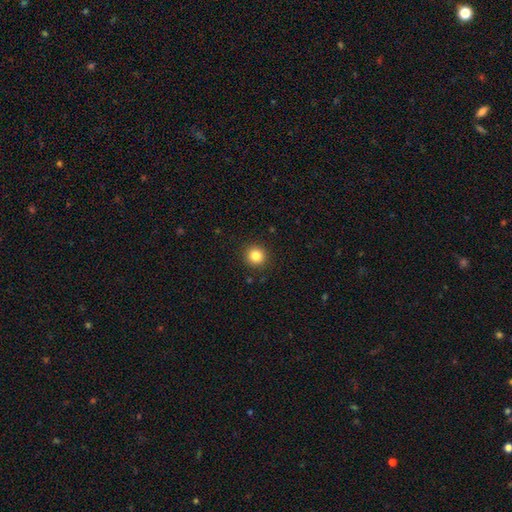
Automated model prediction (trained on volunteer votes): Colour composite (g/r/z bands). It shows a smooth galaxy with no disk features (85%) that is round (93%). Merging: none (92%).